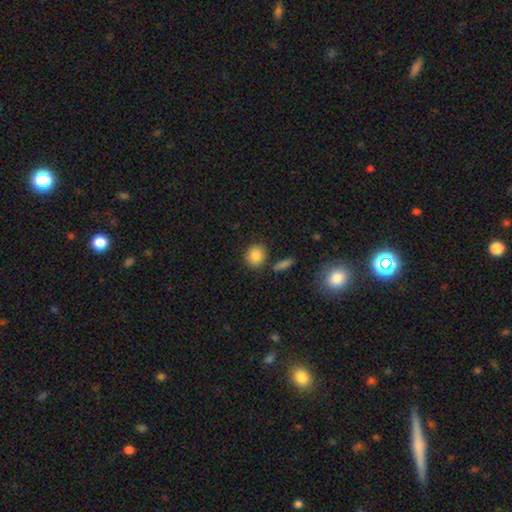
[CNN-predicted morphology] Smooth or featured?
  - smooth: 85% *
  - star or artifact: 9%
  - featured or disk: 6%
How rounded?
  - round: 77% *
  - in between: 22%
  - cigar-shaped: 1%
Merging?
  - none: 81% *
  - minor disturbance: 10%
  - merger: 6%
  - major disturbance: 3%